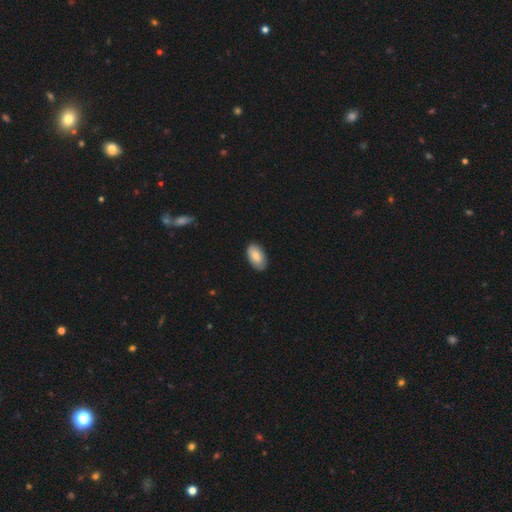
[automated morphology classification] A smooth galaxy with no disk features (80%) that is in between round and cigar-shaped (95%).

Vote fractions:
- Smooth or featured? smooth: 80% / featured or disk: 14% / star or artifact: 6%
- How rounded? in between: 95% / round: 4% / cigar-shaped: 2%
- Merging? none: 84% / minor disturbance: 13% / major disturbance: 2% / merger: 1%